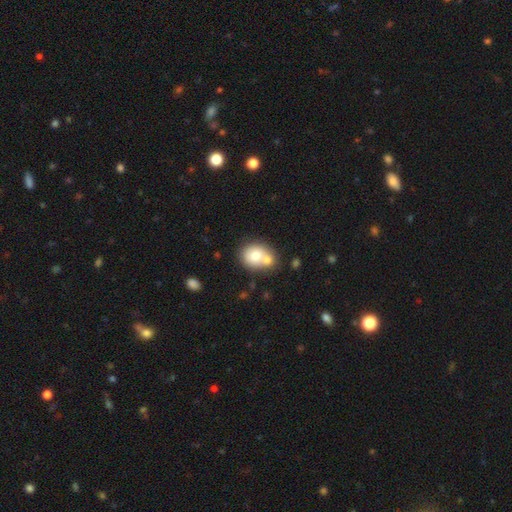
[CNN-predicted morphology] This is likely a smooth galaxy (70%). How rounded: likely round (61%). Merging: possibly merger (53%).